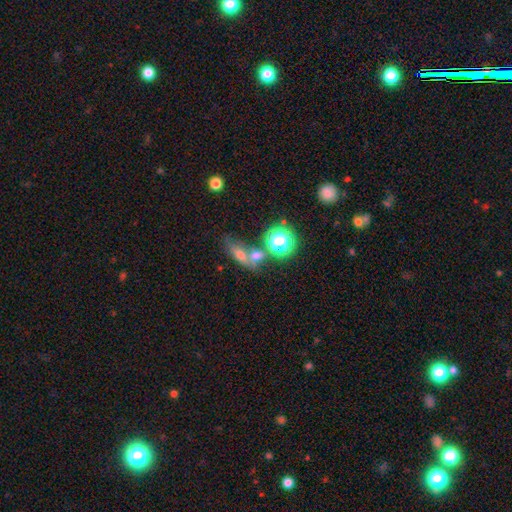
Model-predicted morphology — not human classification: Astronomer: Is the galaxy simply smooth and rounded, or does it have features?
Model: smooth — 59%.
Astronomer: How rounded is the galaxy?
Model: in between — 57% (runner-up: round, 34%).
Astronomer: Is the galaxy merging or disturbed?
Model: none — 41% (runner-up: merger, 40%).